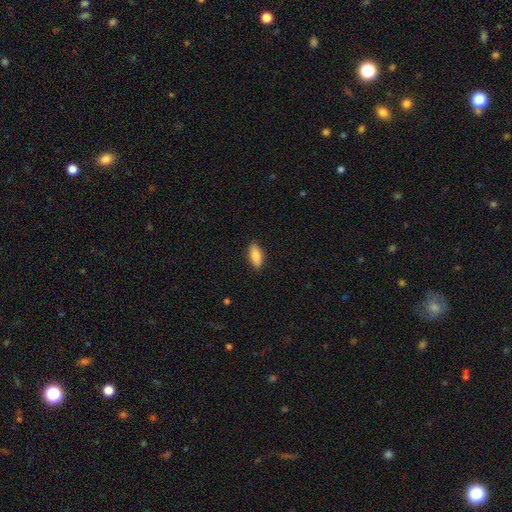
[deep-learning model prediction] Smooth or featured: smooth — 83% (featured or disk — 11%)
How rounded: in between — 83% (cigar-shaped — 15%)
Merging: none — 88% (minor disturbance — 9%)